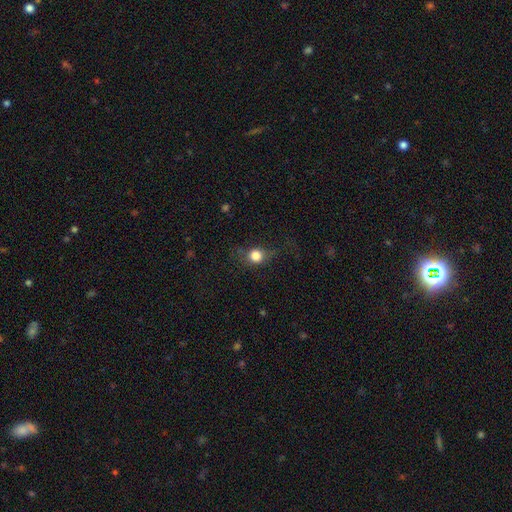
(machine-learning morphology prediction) Smooth or featured? smooth (77%)
How rounded? round (76%)
Merging? none (60%)